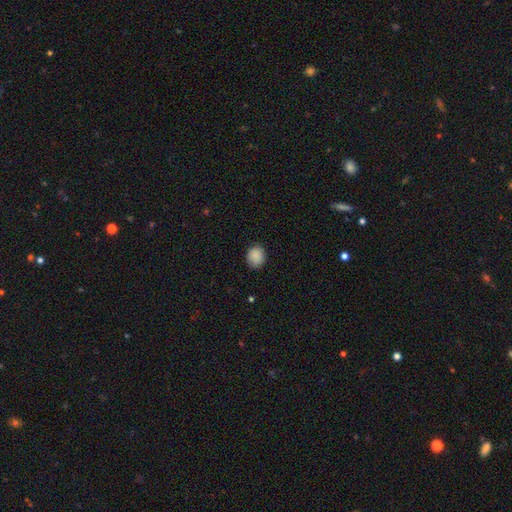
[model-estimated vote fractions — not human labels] smooth 89%, star or artifact 8%, featured or disk 3%. Down the decision tree: how rounded — round (74%); merging — none (86%).